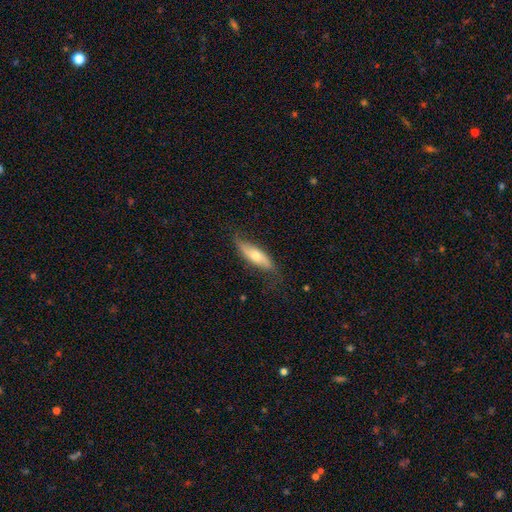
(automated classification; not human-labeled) Morphology: type=smooth (52%); roundness=in between (50%); merging=none (71%).